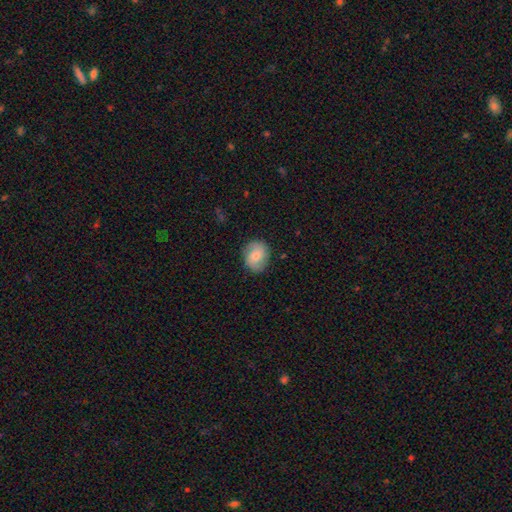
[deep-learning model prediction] This is possibly a smooth galaxy (54%). How rounded: likely round (64%). Merging: clearly none (83%).